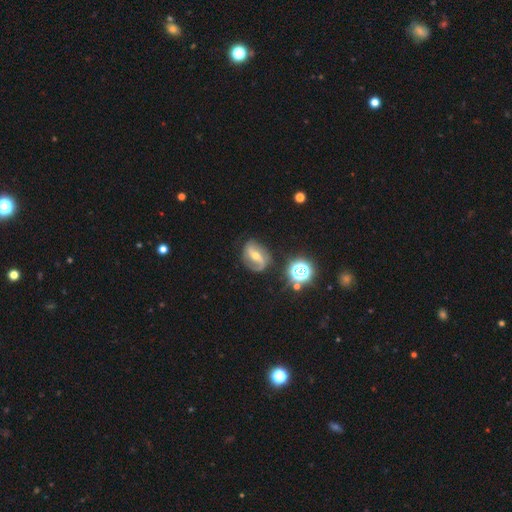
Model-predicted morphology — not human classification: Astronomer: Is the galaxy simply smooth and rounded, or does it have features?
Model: featured or disk — 78%.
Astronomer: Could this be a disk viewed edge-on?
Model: no — 96%.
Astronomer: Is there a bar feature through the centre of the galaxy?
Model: strong — 48% (runner-up: weak, 35%).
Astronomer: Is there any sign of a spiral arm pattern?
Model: yes — 91%.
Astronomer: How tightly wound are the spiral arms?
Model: medium — 43% (runner-up: loose, 34%).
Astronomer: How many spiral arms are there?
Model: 2 — 79%.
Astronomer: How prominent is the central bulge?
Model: moderate — 54% (runner-up: small, 42%).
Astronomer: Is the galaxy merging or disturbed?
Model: none — 73%.